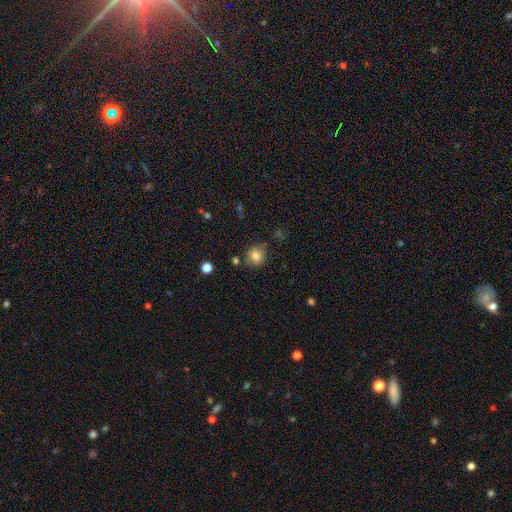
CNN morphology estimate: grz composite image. It shows a smooth galaxy with no disk features (79%) that is round (82%). Merging: none (74%).